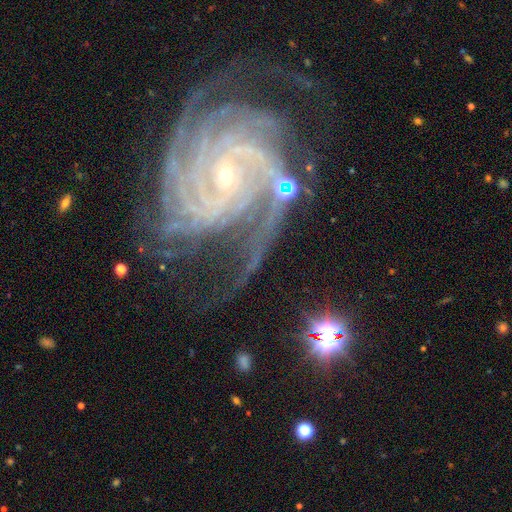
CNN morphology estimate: Q: Smooth or featured?
A: featured or disk (92%); runner-up: star or artifact (6%)
Q: Edge-on disk?
A: no (98%); runner-up: yes (2%)
Q: Bar?
A: no (50%); runner-up: weak (31%)
Q: Spiral arms?
A: yes (99%); runner-up: no (1%)
Q: Spiral winding?
A: tight (73%); runner-up: medium (24%)
Q: Spiral arm count?
A: 4 (27%); runner-up: more than 4 (23%)
Q: Bulge size?
A: small (84%); runner-up: moderate (12%)
Q: Merging?
A: none (62%); runner-up: minor disturbance (21%)